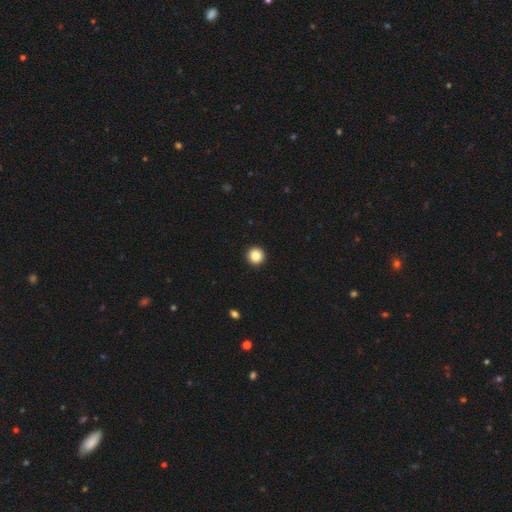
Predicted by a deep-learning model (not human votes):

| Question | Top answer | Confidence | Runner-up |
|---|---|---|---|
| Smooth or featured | smooth | 87% | star or artifact (10%) |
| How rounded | round | 96% | in between (3%) |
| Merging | none | 94% | minor disturbance (4%) |